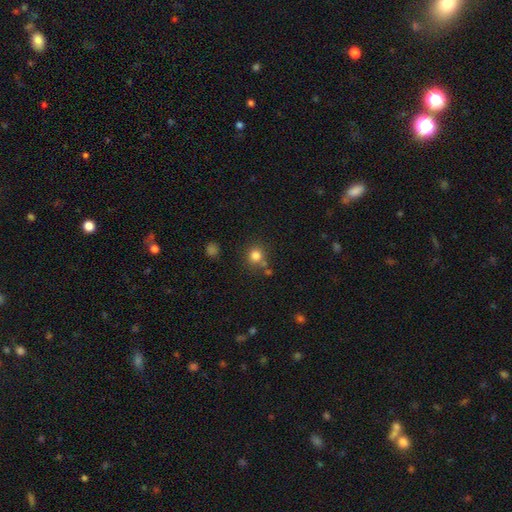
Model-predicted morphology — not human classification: Smooth or featured: smooth — 80% (star or artifact — 13%)
How rounded: round — 87% (in between — 12%)
Merging: none — 73% (merger — 13%)